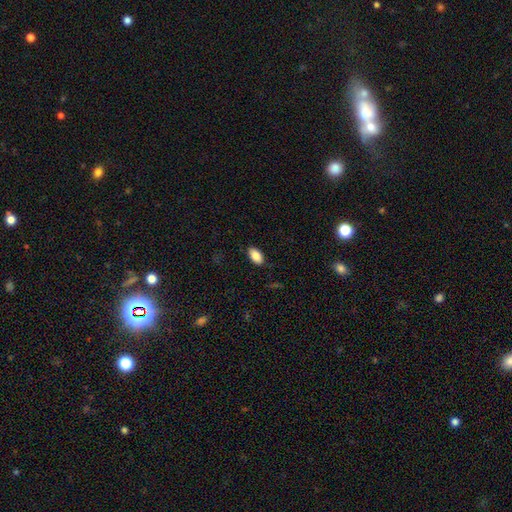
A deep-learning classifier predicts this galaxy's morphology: Smooth or featured: smooth — 86% (star or artifact — 7%)
How rounded: in between — 93% (round — 5%)
Merging: none — 87% (minor disturbance — 10%)